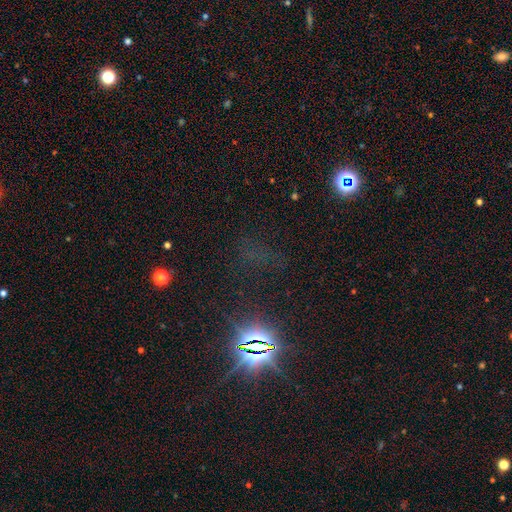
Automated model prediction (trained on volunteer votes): This appears to be a star or artifact, not a galaxy (74%).